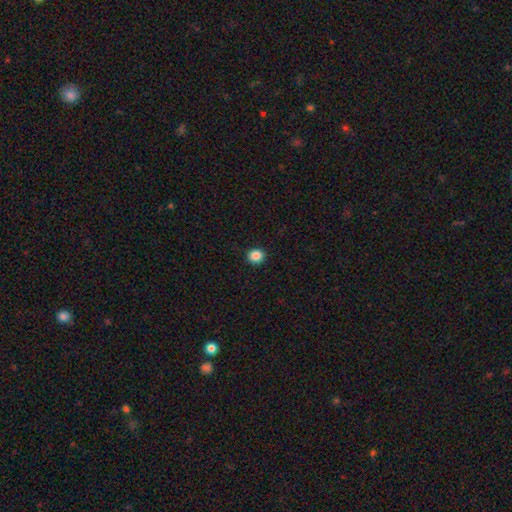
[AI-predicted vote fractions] This is clearly a smooth galaxy (86%). How rounded: clearly round (88%). Merging: clearly none (93%).